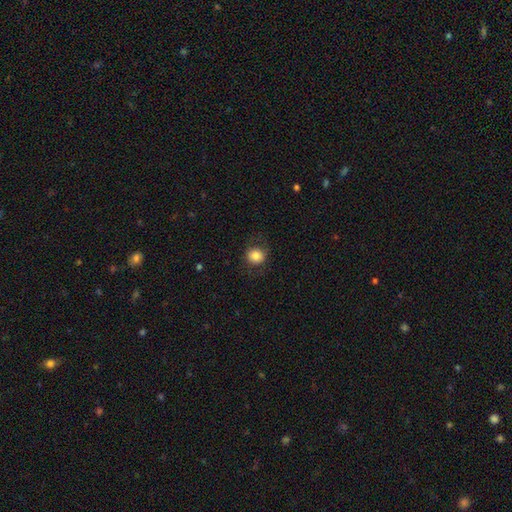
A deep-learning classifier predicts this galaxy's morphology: Q: Smooth or featured?
A: smooth (81%); runner-up: star or artifact (10%)
Q: How rounded?
A: round (83%); runner-up: in between (16%)
Q: Merging?
A: none (80%); runner-up: minor disturbance (13%)